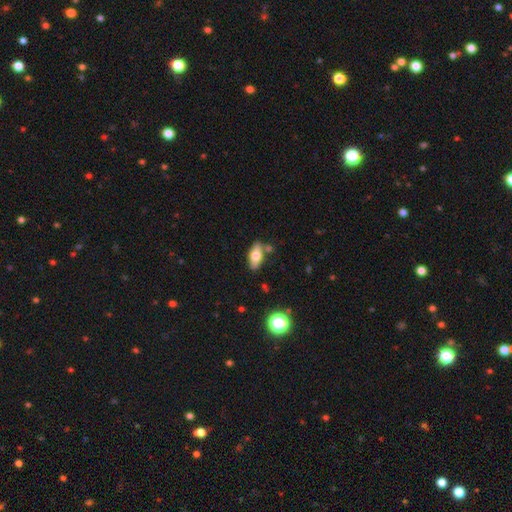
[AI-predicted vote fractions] Smooth or featured?
  - smooth: 70% *
  - featured or disk: 23%
  - star or artifact: 7%
How rounded?
  - in between: 86% *
  - cigar-shaped: 11%
  - round: 4%
Merging?
  - none: 78% *
  - minor disturbance: 13%
  - merger: 7%
  - major disturbance: 3%